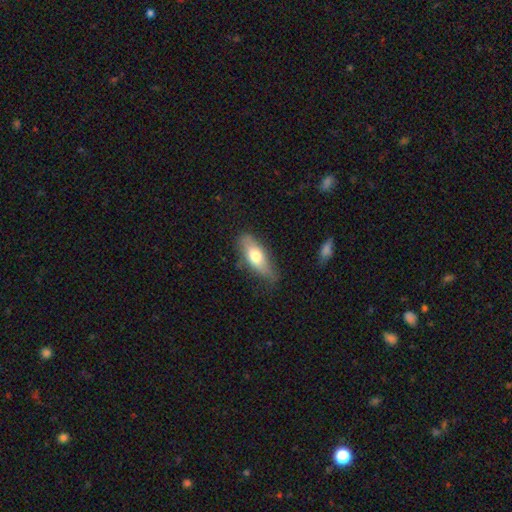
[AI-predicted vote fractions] The model was most divided on "smooth or featured": smooth: 62%, featured or disk: 32%, star or artifact: 6%. More confident: how rounded — in between (69%); merging — none (63%).